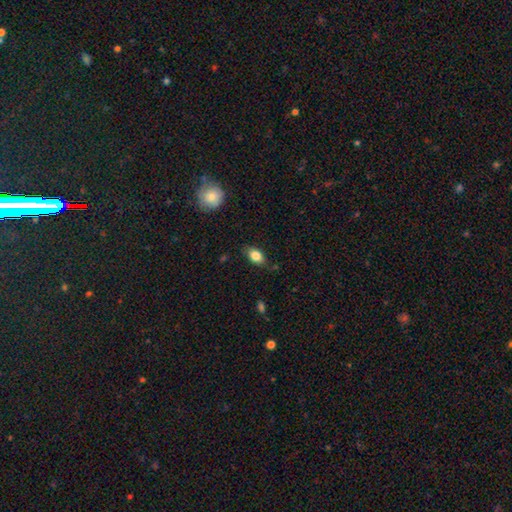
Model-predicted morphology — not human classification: Smooth or featured? smooth (84%)
How rounded? in between (87%)
Merging? none (79%)